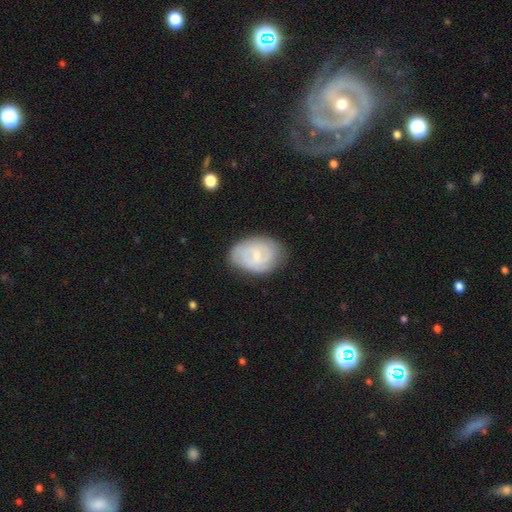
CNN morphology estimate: type=featured or disk (64%); edge-on=no (97%); bar=weak (56%); spiral arms=yes (81%); winding=tight (61%); arm count=2 (50%); bulge=small (62%); merging=none (73%).